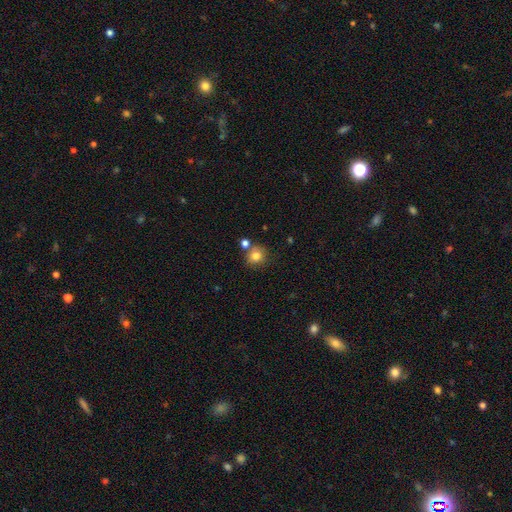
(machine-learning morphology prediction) smooth 80%, star or artifact 12%, featured or disk 8%. Down the decision tree: how rounded — round (87%); merging — none (70%).